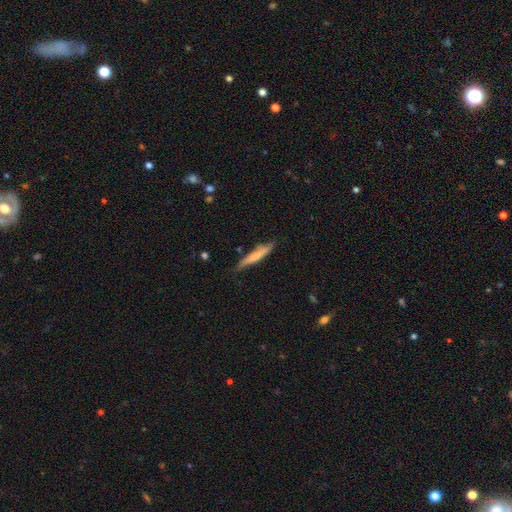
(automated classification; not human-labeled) Morphology: type=smooth (63%); roundness=cigar-shaped (92%); merging=none (73%).